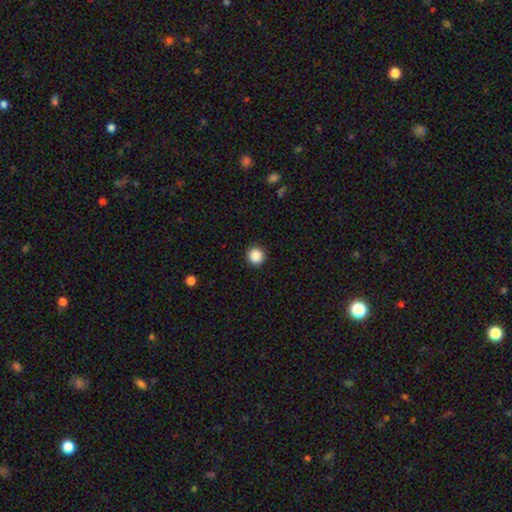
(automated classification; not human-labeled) smooth-or-featured: smooth: 88% | star or artifact: 9% | featured or disk: 2%
  how-rounded: round: 94% | in between: 5% | cigar-shaped: 1%
  merging: none: 92% | minor disturbance: 5% | major disturbance: 2% | merger: 1%